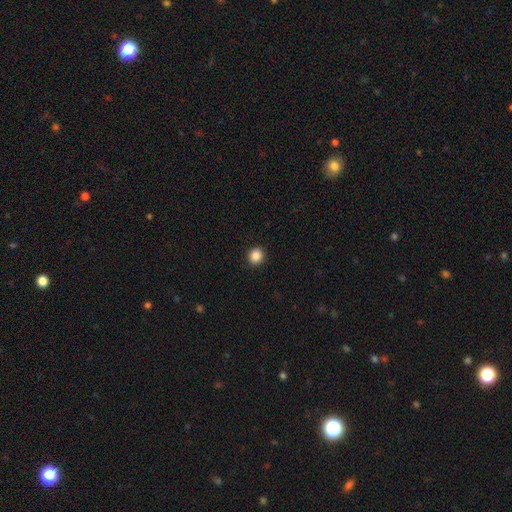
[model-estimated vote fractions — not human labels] Overall: smooth (88%). How rounded: round (87%). Merging: none (92%).